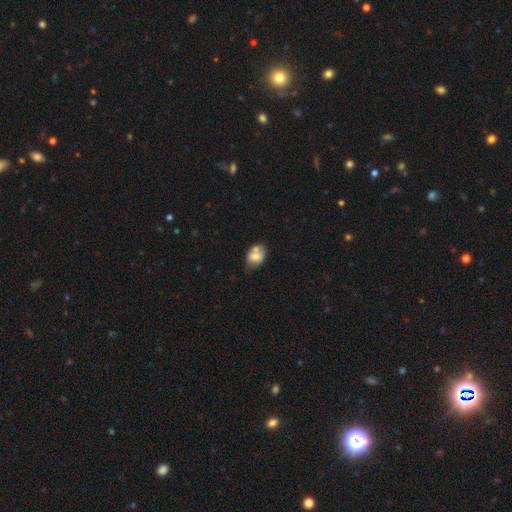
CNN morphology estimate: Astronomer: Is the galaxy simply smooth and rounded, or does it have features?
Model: smooth — 64%.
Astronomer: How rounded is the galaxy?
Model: in between — 77%.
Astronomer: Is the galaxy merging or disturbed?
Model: none — 41% (runner-up: merger, 30%).